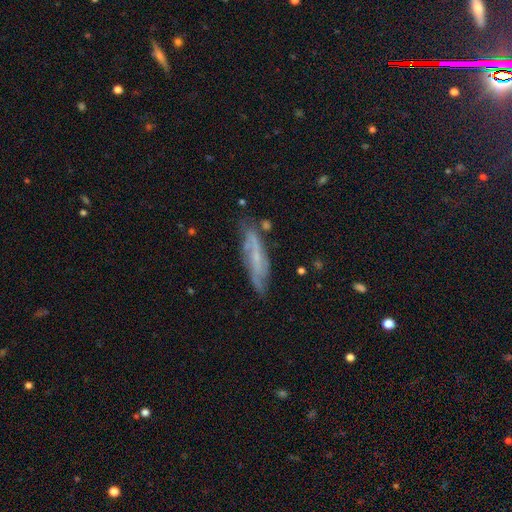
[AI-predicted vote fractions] Q: Smooth or featured?
A: featured or disk (64%); runner-up: smooth (28%)
Q: Edge-on disk?
A: no (63%); runner-up: yes (37%)
Q: Merging?
A: none (74%); runner-up: minor disturbance (18%)